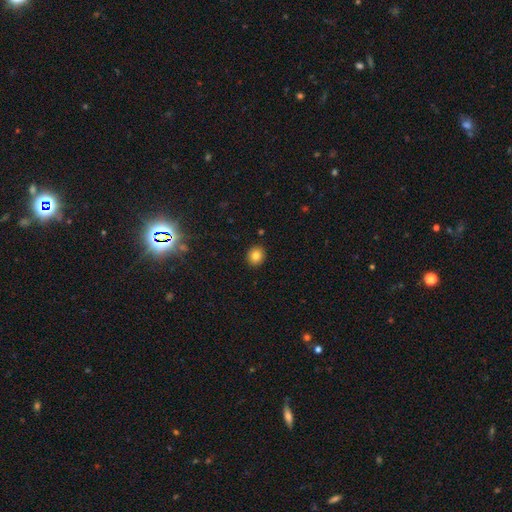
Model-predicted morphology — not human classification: A smooth galaxy with no disk features (82%) that is round (79%).

Vote fractions:
- Smooth or featured? smooth: 82% / star or artifact: 11% / featured or disk: 7%
- How rounded? round: 79% / in between: 20% / cigar-shaped: 1%
- Merging? none: 91% / minor disturbance: 6% / major disturbance: 2% / merger: 1%